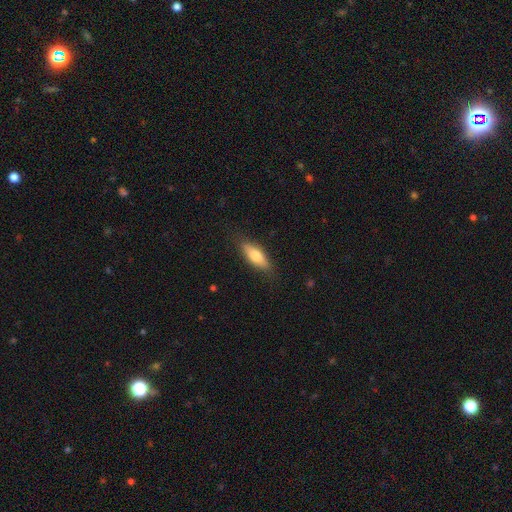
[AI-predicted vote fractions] smooth-or-featured: smooth: 69% | featured or disk: 25% | star or artifact: 6%
  how-rounded: in between: 59% | cigar-shaped: 39% | round: 2%
  merging: none: 83% | minor disturbance: 13% | major disturbance: 3% | merger: 1%